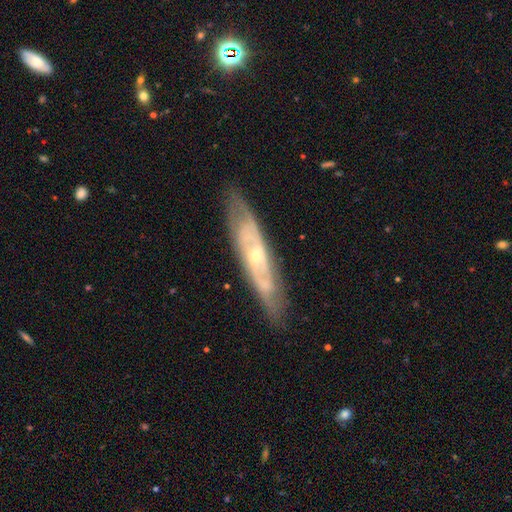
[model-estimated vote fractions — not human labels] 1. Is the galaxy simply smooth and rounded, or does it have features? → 75% featured or disk, 18% smooth, 7% star or artifact.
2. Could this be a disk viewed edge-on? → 59% no, 41% yes.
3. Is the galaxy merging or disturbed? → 80% none, 15% minor disturbance, 4% major disturbance, 2% merger.